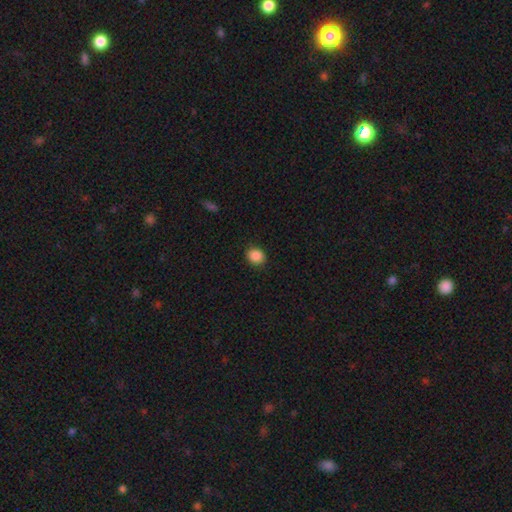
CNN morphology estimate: type=smooth (88%); roundness=round (66%); merging=none (89%).